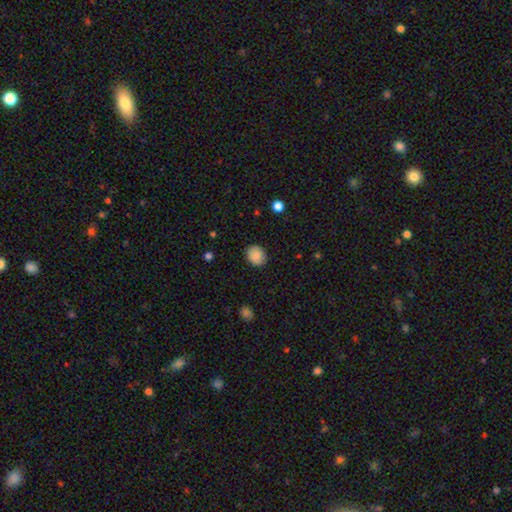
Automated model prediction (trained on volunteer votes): smooth-or-featured: smooth: 87% | star or artifact: 8% | featured or disk: 5%
  how-rounded: round: 64% | in between: 35% | cigar-shaped: 1%
  merging: none: 87% | minor disturbance: 9% | major disturbance: 2% | merger: 1%